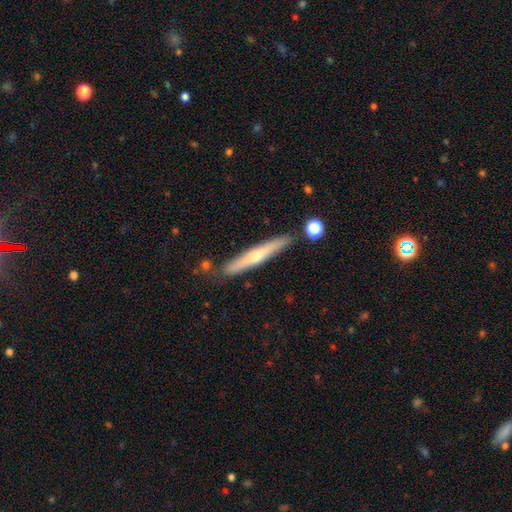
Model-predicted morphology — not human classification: Smooth or featured? featured or disk (52%)
Edge-on disk? yes (94%)
Merging? none (85%)